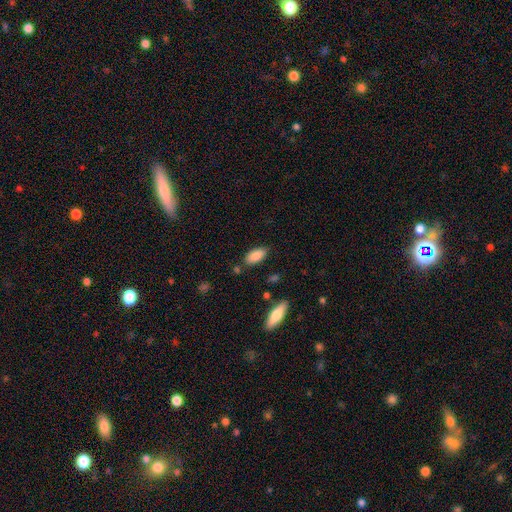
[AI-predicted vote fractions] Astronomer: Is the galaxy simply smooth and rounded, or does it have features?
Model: smooth — 87%.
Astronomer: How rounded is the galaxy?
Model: in between — 89%.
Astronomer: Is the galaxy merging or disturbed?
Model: none — 79%.